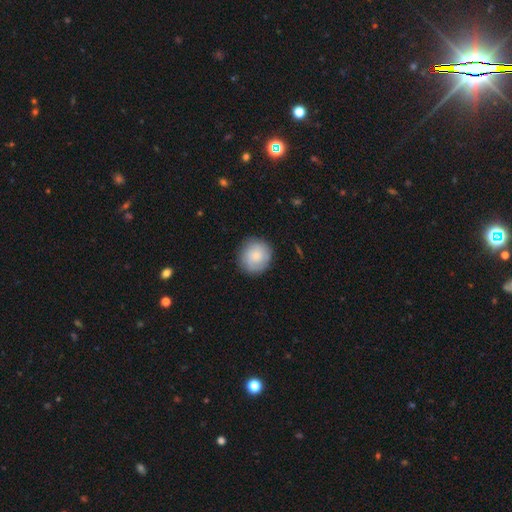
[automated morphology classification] This appears to be a smooth galaxy with no disk features (73%) that is round (89%). Merging: none (86%).